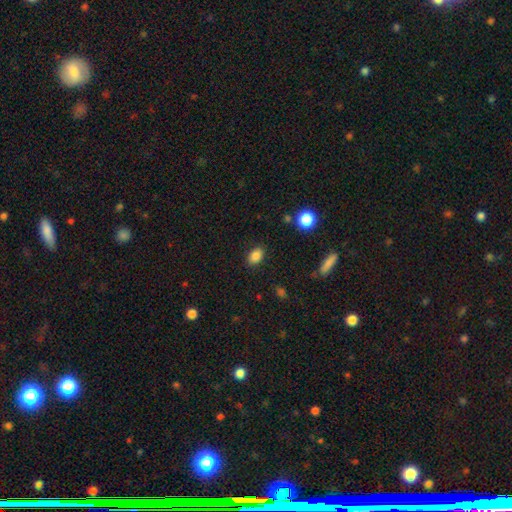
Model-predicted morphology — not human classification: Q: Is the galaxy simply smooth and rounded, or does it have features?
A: smooth — 85%.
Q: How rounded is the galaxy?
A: in between — 82%.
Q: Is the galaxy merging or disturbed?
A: none — 86%.